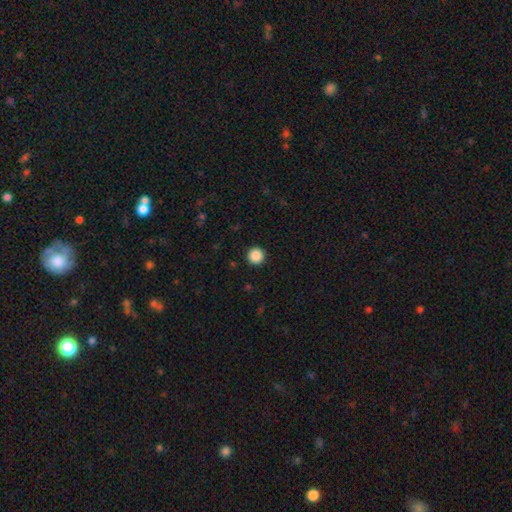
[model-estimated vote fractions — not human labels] A smooth galaxy with no disk features (88%) that is round (96%).

Vote fractions:
- Smooth or featured? smooth: 88% / star or artifact: 9% / featured or disk: 2%
- How rounded? round: 96% / in between: 3% / cigar-shaped: 1%
- Merging? none: 93% / minor disturbance: 4% / major disturbance: 2% / merger: 1%